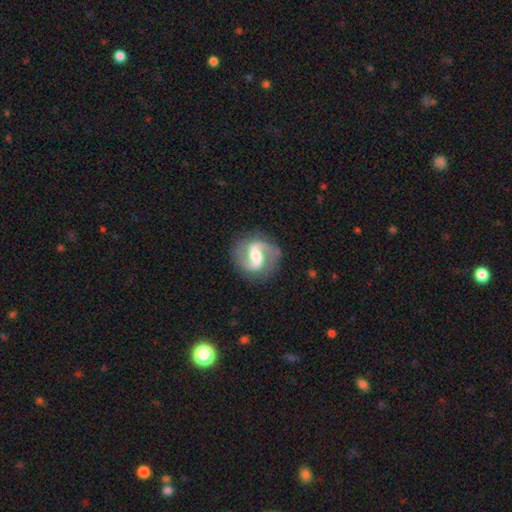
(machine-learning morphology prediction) This appears to be a featured or disk galaxy (89%) with a weak bar (44%), 2 (93%) medium (55%) spiral arms (97%) and a moderate central bulge (57%). Merging: none (83%).